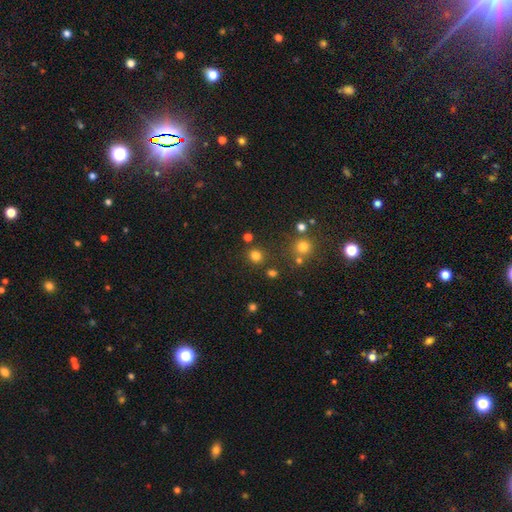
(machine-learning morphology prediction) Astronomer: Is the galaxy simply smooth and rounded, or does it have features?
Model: smooth — 77%.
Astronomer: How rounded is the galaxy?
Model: round — 84%.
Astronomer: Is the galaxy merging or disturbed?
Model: none — 84%.